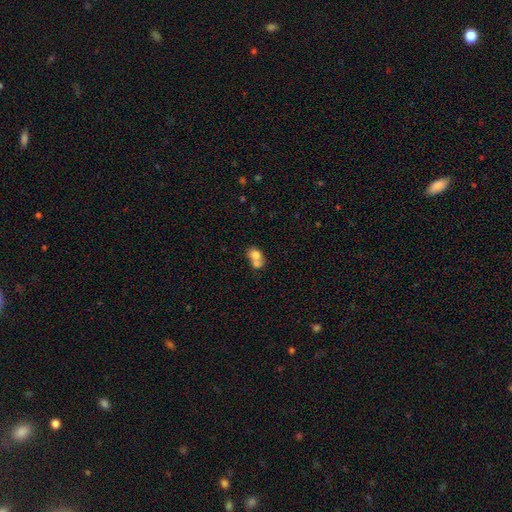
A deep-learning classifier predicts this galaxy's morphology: Q: Smooth or featured?
A: smooth (71%); runner-up: featured or disk (19%)
Q: How rounded?
A: round (55%); runner-up: in between (44%)
Q: Merging?
A: merger (67%); runner-up: none (22%)